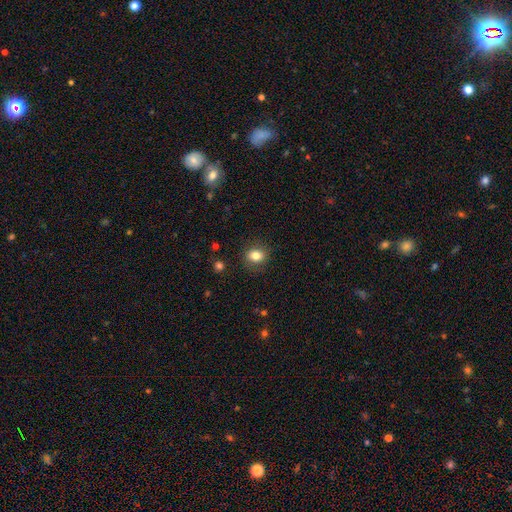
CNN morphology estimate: Overall: smooth (82%). How rounded: round (60%; in between 39%). Merging: none (86%).